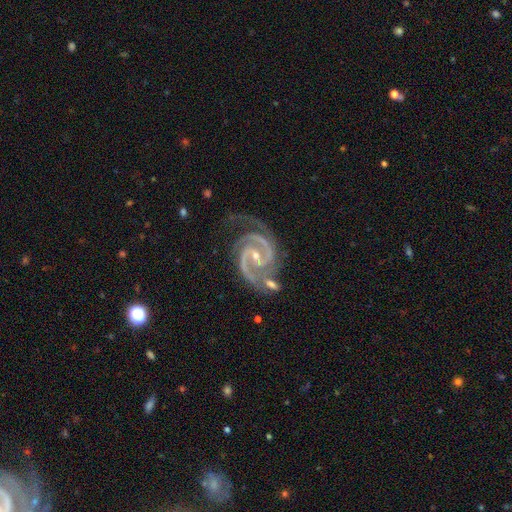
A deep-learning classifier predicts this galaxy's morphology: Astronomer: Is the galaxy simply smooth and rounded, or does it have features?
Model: featured or disk — 94%.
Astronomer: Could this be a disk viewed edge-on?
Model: no — 98%.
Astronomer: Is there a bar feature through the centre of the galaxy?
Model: weak — 40% (runner-up: no, 31%).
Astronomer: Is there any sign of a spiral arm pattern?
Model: yes — 99%.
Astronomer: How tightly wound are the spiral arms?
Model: medium — 51% (runner-up: tight, 43%).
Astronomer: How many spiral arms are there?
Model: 2 — 89%.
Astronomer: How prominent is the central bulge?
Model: small — 73%.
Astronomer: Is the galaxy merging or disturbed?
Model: none — 57%.